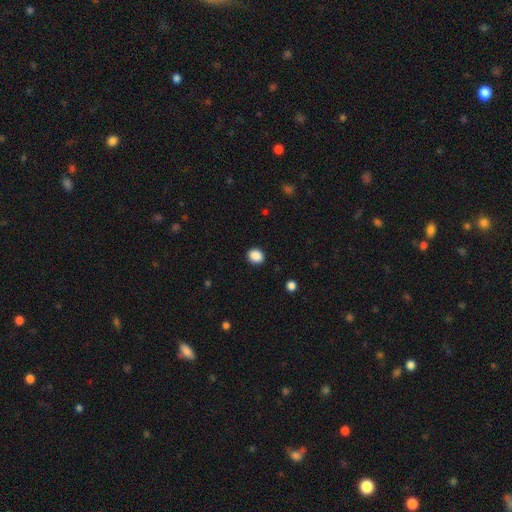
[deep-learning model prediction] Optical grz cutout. It shows a smooth galaxy with no disk features (89%) that is round (69%). Merging: none (91%).